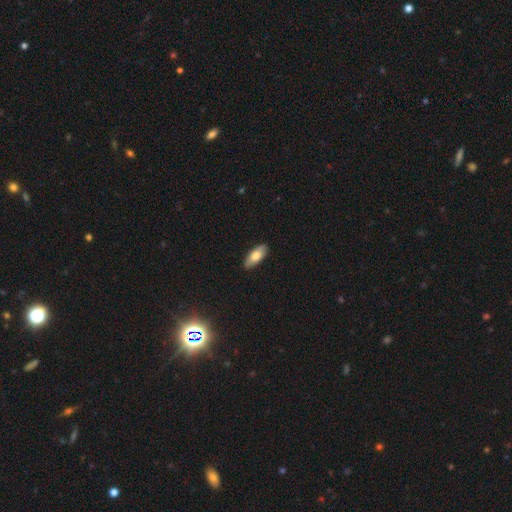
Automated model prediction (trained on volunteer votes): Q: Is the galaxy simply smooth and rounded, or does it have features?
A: smooth — 73%.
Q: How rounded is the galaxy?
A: in between — 82%.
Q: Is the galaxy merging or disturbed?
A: none — 89%.